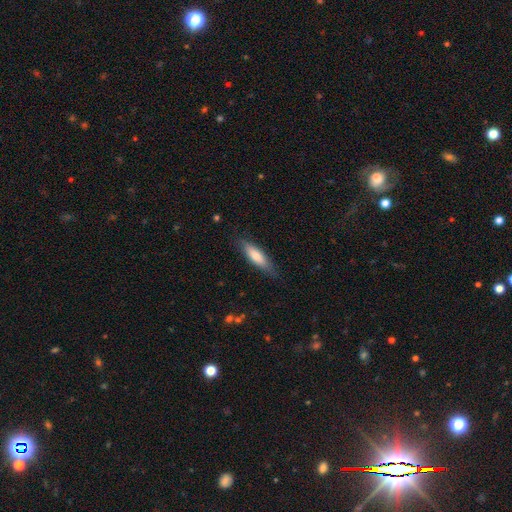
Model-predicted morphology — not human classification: A smooth galaxy with no disk features (69%) that is cigar-shaped (62%). Merging: none (80%).